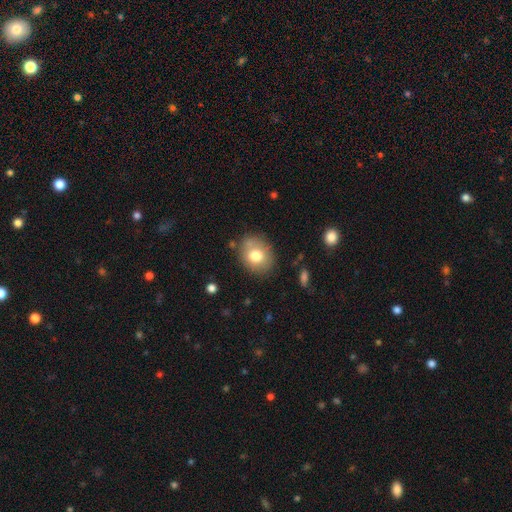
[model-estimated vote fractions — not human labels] Smooth or featured? Predicted: smooth (p=0.75). How rounded? Predicted: round (p=0.56). Merging? Predicted: none (p=0.76).